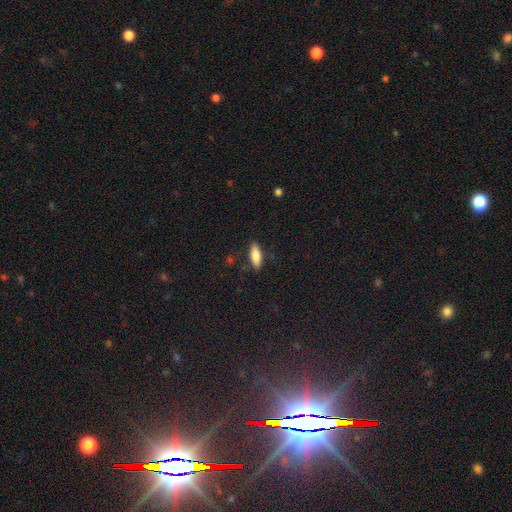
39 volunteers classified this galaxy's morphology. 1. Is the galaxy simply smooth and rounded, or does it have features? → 77% smooth, 15% featured or disk, 8% star or artifact.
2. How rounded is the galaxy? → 47% in between (tied), 47% cigar-shaped (tied), 7% round.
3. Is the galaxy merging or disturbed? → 81% none, 14% minor disturbance, 6% major disturbance, 0% merger.